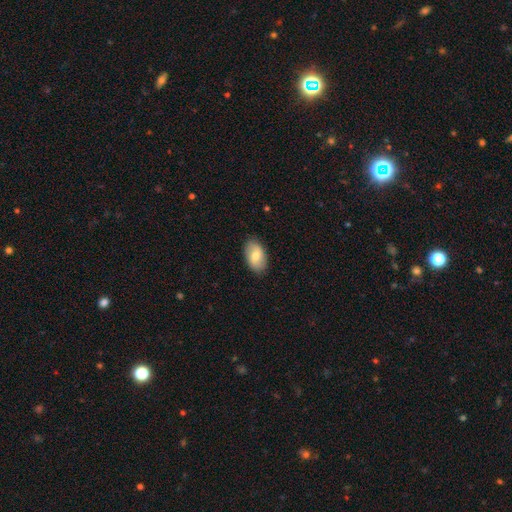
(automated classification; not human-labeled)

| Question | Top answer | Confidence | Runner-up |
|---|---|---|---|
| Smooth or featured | smooth | 72% | featured or disk (22%) |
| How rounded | in between | 93% | round (6%) |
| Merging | none | 87% | minor disturbance (10%) |